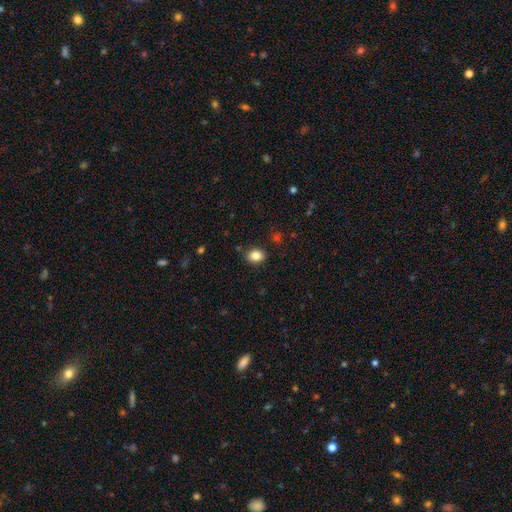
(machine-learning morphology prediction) This appears to be a smooth galaxy with no disk features (85%) that is in between round and cigar-shaped (61%). Merging: none (86%).